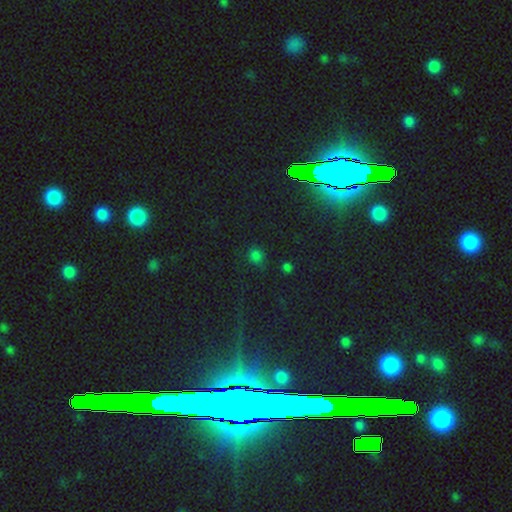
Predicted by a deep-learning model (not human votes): Q: Smooth or featured?
A: smooth (60%); runner-up: star or artifact (35%)
Q: How rounded?
A: round (80%); runner-up: in between (19%)
Q: Merging?
A: none (74%); runner-up: minor disturbance (15%)